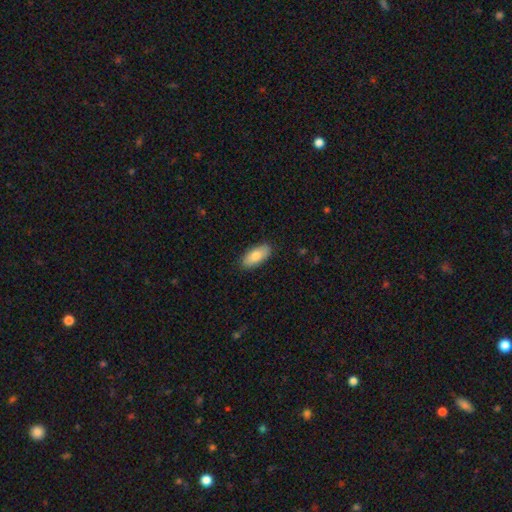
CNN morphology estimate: smooth_or_featured: smooth (p=0.82) [alt: featured or disk p=0.12]
how_rounded: in between (p=0.85) [alt: cigar-shaped p=0.13]
merging: none (p=0.88) [alt: minor disturbance p=0.09]